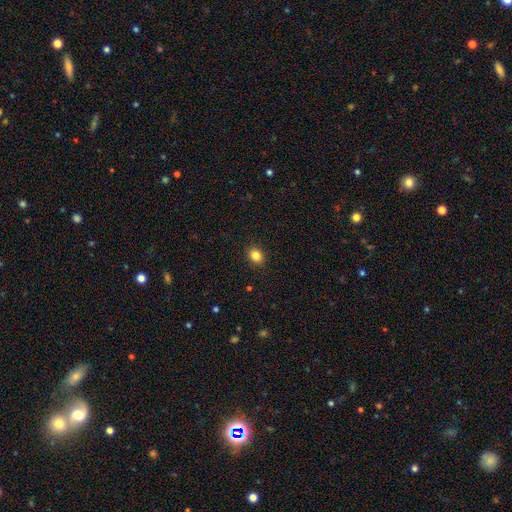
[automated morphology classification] Smooth or featured?
  - smooth: 84% *
  - star or artifact: 11%
  - featured or disk: 5%
How rounded?
  - round: 54% *
  - in between: 45%
  - cigar-shaped: 1%
Merging?
  - none: 90% *
  - minor disturbance: 7%
  - major disturbance: 2%
  - merger: 1%